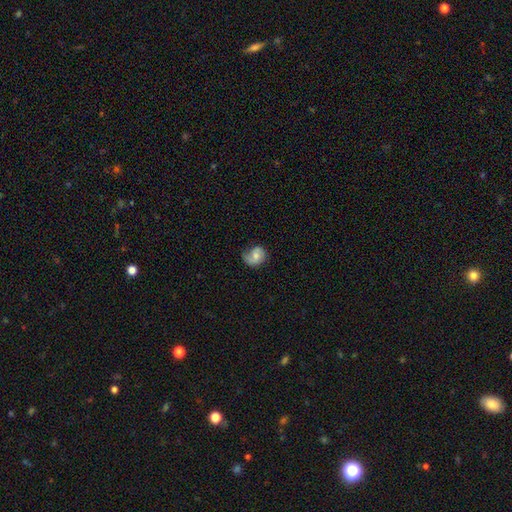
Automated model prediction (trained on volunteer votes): Smooth or featured? smooth (48%)
Merging? none (54%)